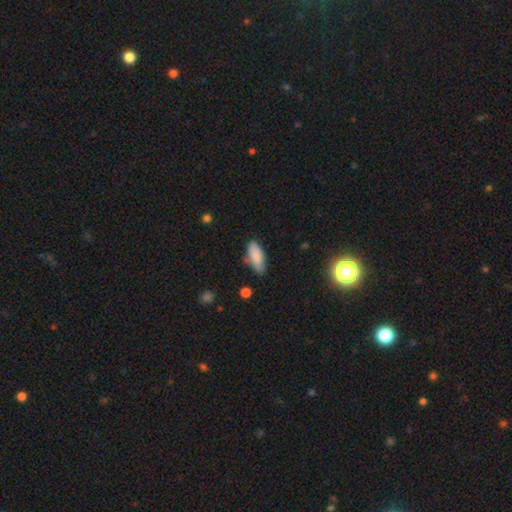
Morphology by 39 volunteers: A smooth galaxy with no disk features (95%) that is in between round and cigar-shaped (81%).

Vote fractions:
- Smooth or featured? smooth: 95% / featured or disk: 5% / star or artifact: 0%
- How rounded? in between: 81% / cigar-shaped: 16% / round: 3%
- Merging? none: 74% / minor disturbance: 13% / merger: 8% / major disturbance: 5%